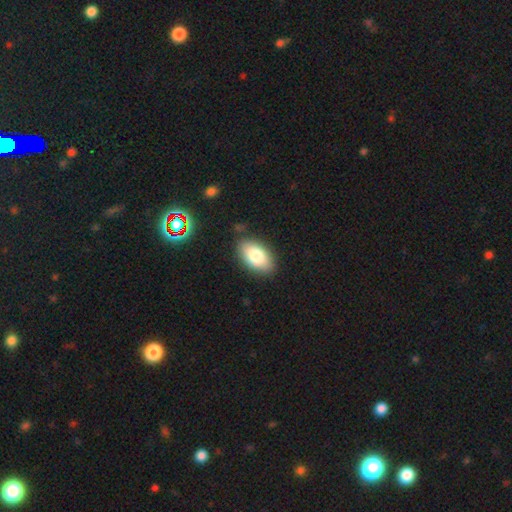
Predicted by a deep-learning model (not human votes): Overall: smooth (80%). How rounded: in between (93%). Merging: none (84%).